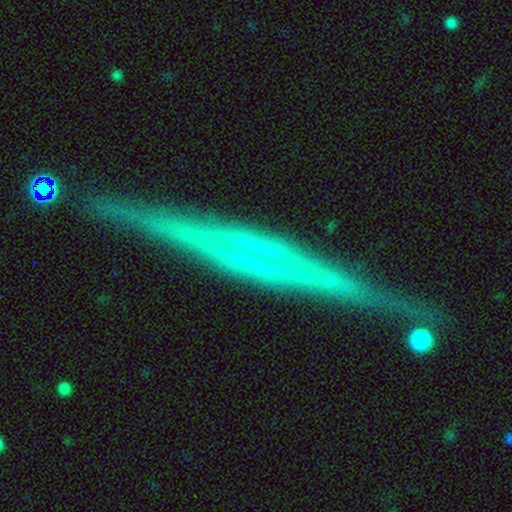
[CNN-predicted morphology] This is likely a featured or disk galaxy (79%). It is clearly viewed edge-on (97%). Edge-on bulge: possibly none (54%). Merging: clearly none (84%).